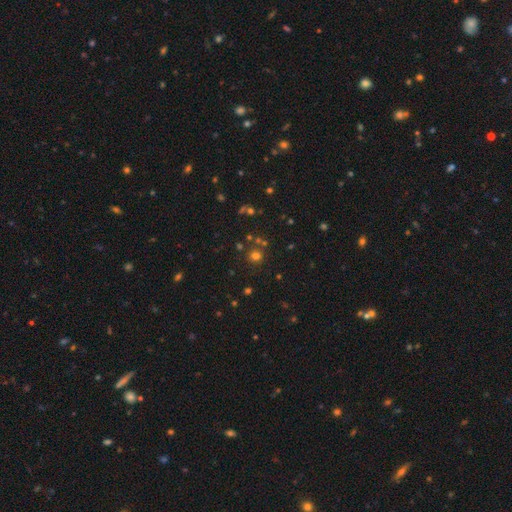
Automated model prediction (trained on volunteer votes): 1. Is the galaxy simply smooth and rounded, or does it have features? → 67% smooth, 26% star or artifact, 7% featured or disk.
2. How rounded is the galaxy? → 90% round, 9% in between, 1% cigar-shaped.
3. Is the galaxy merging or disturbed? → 79% none, 10% merger, 8% minor disturbance, 3% major disturbance.